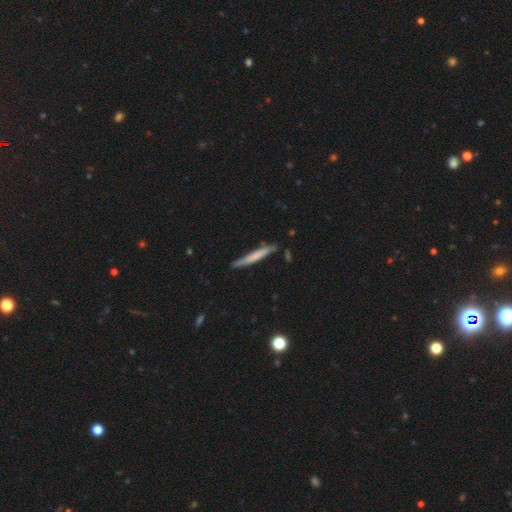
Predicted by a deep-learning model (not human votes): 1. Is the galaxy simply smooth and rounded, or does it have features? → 61% smooth, 33% featured or disk, 6% star or artifact.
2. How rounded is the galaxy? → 96% cigar-shaped, 3% in between, 1% round.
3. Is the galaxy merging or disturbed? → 81% none, 15% minor disturbance, 3% merger, 2% major disturbance.